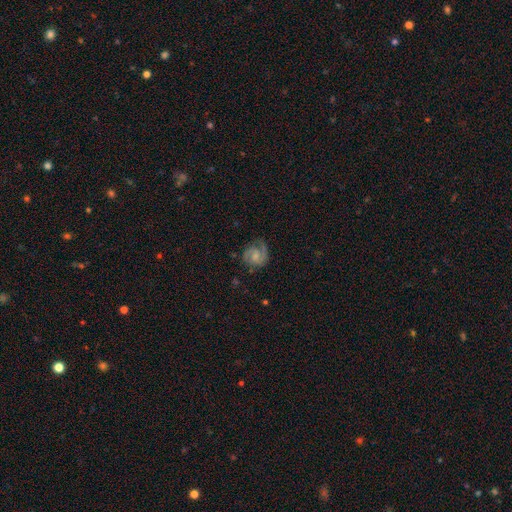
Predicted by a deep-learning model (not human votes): A featured or disk galaxy (77%) with no bar (57%), 2 (79%) medium (47%) spiral arms (96%) and a small central bulge (40%). Merging: none (69%).